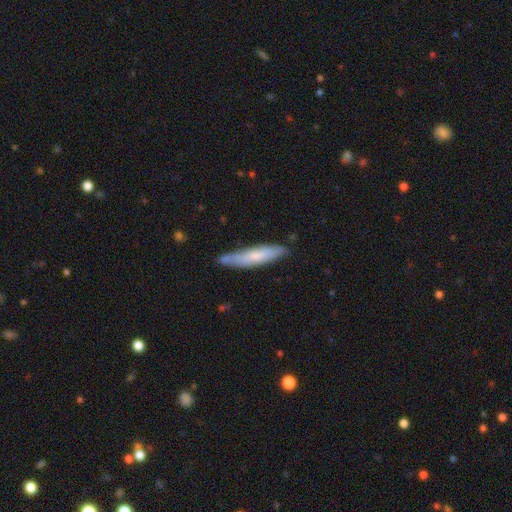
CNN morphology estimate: Overall: smooth (63%; featured or disk 31%). How rounded: cigar-shaped (83%). Merging: none (72%).